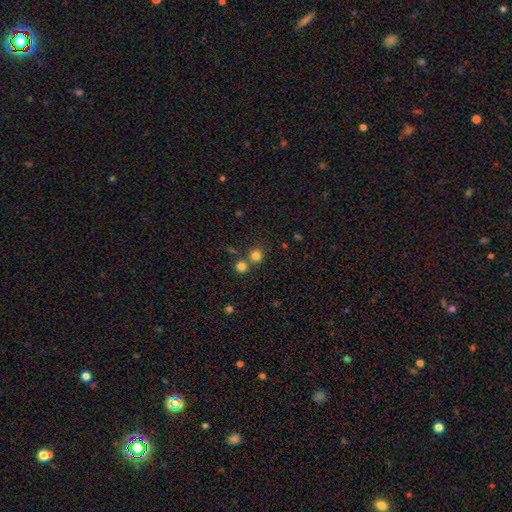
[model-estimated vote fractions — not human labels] The model was most divided on "merging": none: 64%, merger: 26%, minor disturbance: 7%, major disturbance: 3%. More confident: how rounded — round (90%); smooth or featured — smooth (79%).